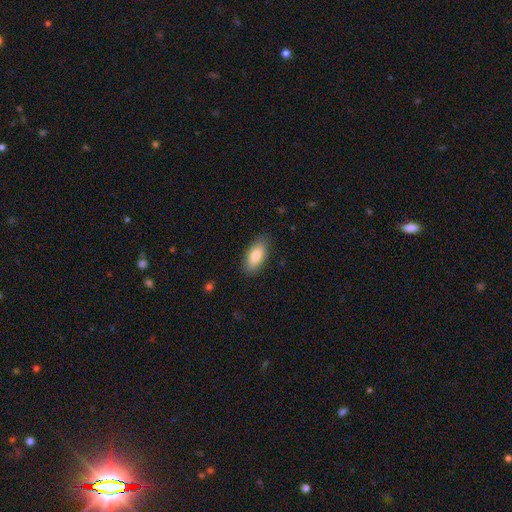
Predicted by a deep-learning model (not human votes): Overall: smooth (83%). How rounded: in between (87%). Merging: none (85%).